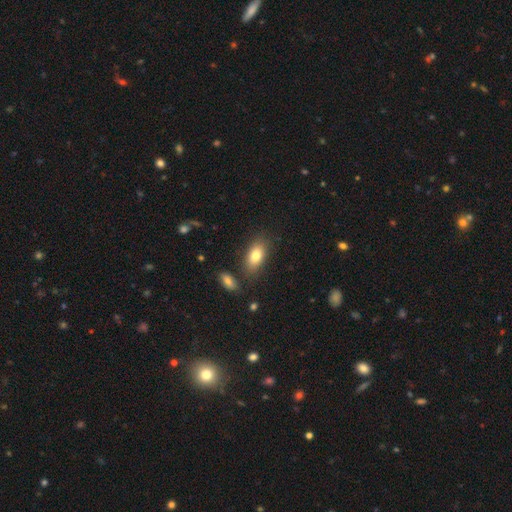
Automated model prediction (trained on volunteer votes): Smooth or featured? smooth (80%)
How rounded? in between (89%)
Merging? none (79%)